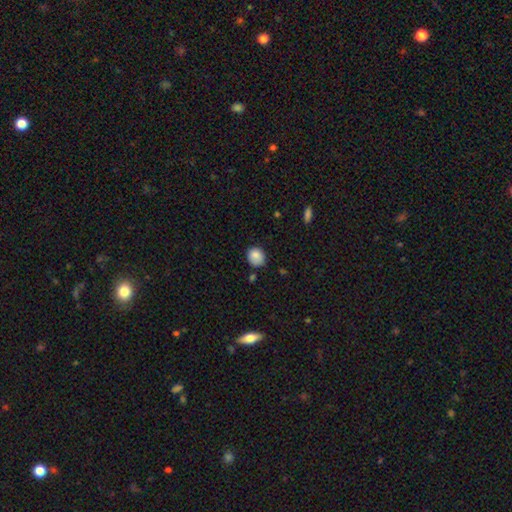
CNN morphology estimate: smooth-or-featured: smooth: 84% | star or artifact: 9% | featured or disk: 7%
  how-rounded: round: 67% | in between: 32% | cigar-shaped: 1%
  merging: none: 71% | minor disturbance: 22% | major disturbance: 4% | merger: 3%